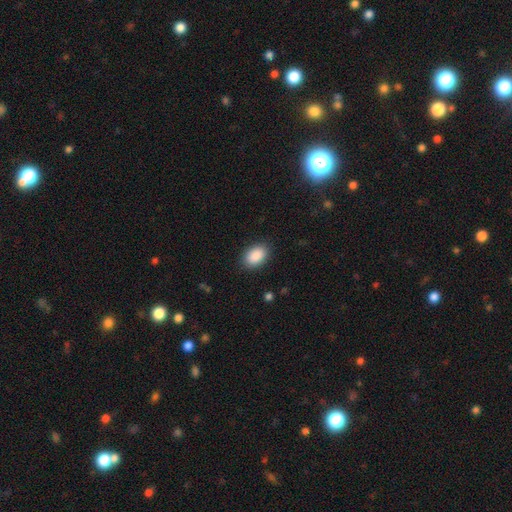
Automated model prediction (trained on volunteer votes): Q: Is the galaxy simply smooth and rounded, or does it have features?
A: smooth — 90%.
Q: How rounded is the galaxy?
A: in between — 89%.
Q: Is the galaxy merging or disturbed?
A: none — 88%.